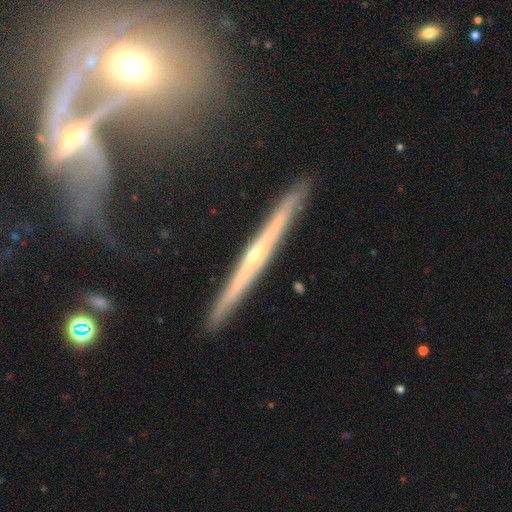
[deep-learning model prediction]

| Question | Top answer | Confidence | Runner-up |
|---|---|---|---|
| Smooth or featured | featured or disk | 80% | smooth (15%) |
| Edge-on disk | yes | 97% | no (3%) |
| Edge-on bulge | rounded | 63% | none (33%) |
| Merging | none | 89% | minor disturbance (7%) |